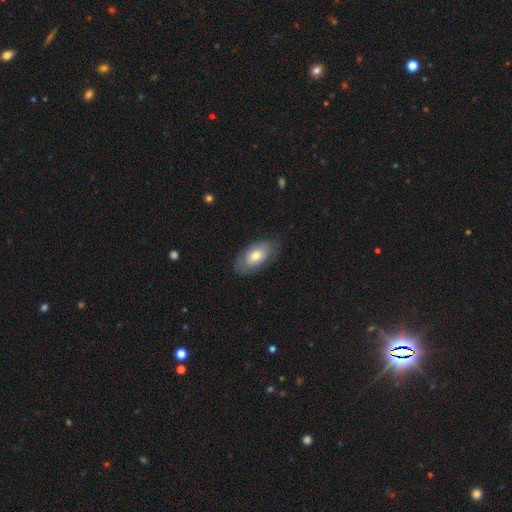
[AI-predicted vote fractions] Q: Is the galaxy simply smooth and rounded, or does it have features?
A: smooth — 67%.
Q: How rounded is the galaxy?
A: in between — 93%.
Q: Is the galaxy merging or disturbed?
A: none — 78%.